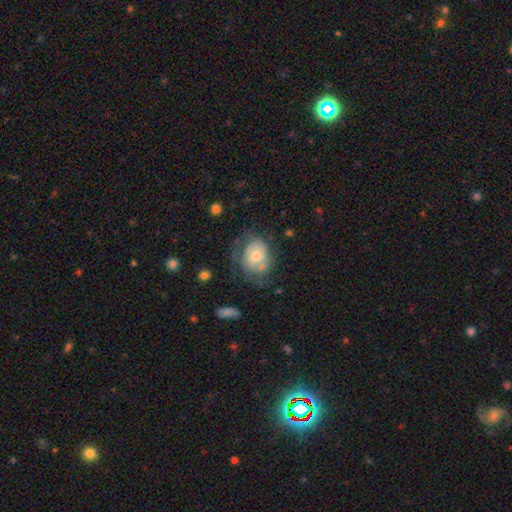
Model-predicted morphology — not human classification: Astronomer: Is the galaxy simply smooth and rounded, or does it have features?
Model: featured or disk — 57% (runner-up: smooth, 35%).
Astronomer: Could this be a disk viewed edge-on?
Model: no — 97%.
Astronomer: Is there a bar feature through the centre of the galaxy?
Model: no — 78%.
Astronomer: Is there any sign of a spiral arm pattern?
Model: yes — 73%.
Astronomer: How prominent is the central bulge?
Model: moderate — 48% (runner-up: small, 43%).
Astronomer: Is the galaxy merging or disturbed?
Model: none — 49% (runner-up: minor disturbance, 26%).